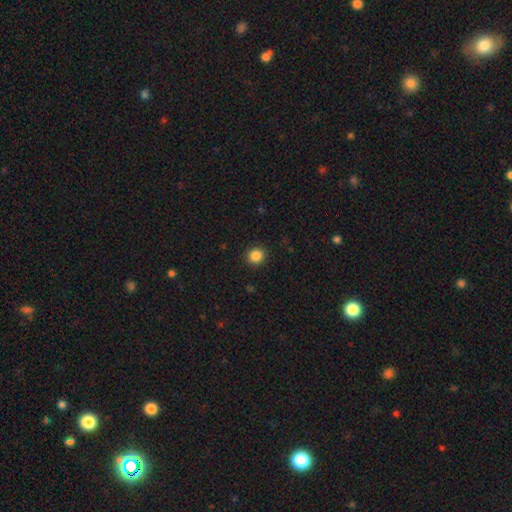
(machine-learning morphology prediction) smooth 86%, star or artifact 11%, featured or disk 3%. Down the decision tree: how rounded — round (87%); merging — none (92%).